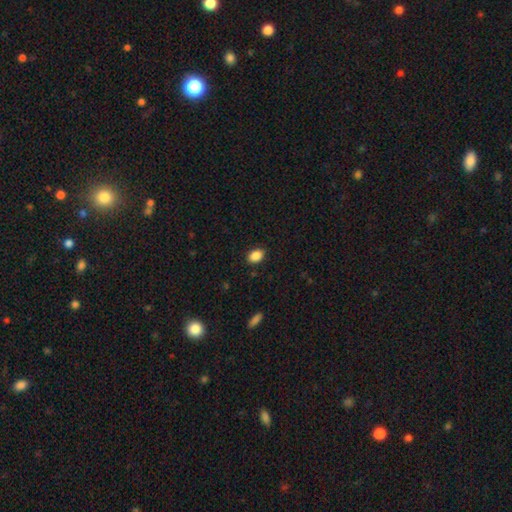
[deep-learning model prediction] smooth_or_featured: smooth (p=0.88) [alt: star or artifact p=0.08]
how_rounded: in between (p=0.82) [alt: round p=0.16]
merging: none (p=0.87) [alt: minor disturbance p=0.10]